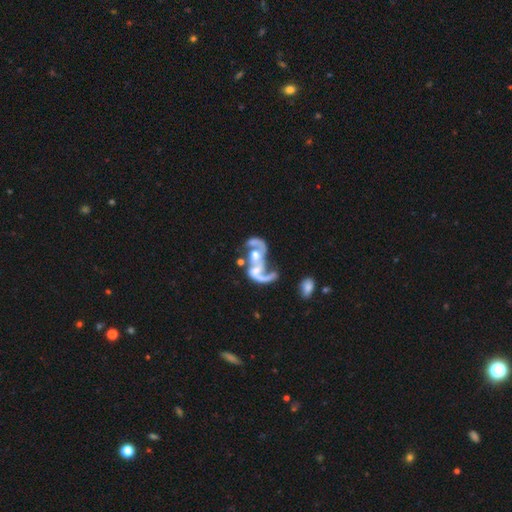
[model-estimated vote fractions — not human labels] Smooth or featured? featured or disk (62%)
Edge-on disk? no (93%)
Bar? no (68%)
Spiral arms? yes (59%)
Bulge size? moderate (40%)
Merging? merger (56%)